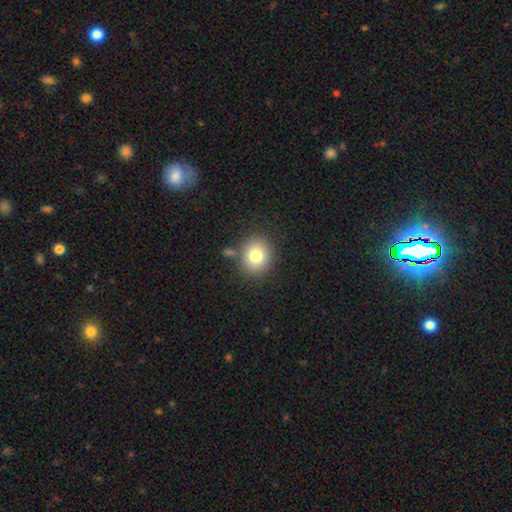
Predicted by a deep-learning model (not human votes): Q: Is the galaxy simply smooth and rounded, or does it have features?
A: smooth — 80%.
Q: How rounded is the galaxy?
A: round — 72%.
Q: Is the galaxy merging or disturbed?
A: none — 80%.